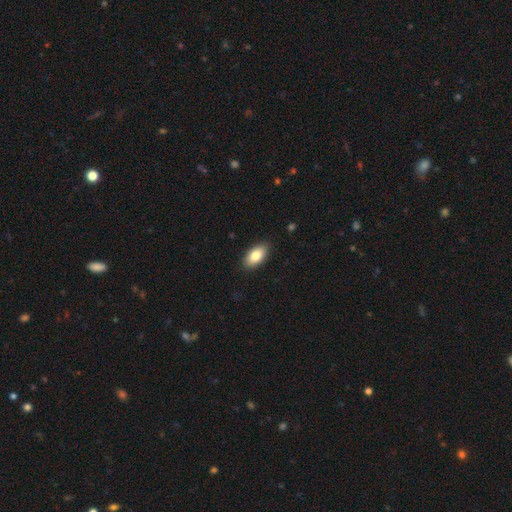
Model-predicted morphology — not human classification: smooth_or_featured: smooth (p=0.82) [alt: featured or disk p=0.11]
how_rounded: in between (p=0.93) [alt: round p=0.04]
merging: none (p=0.88) [alt: minor disturbance p=0.09]